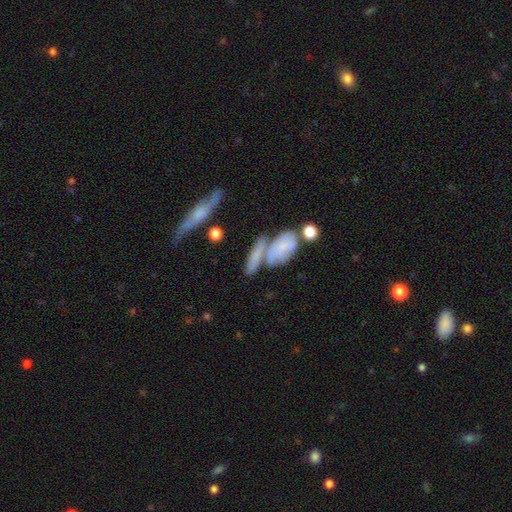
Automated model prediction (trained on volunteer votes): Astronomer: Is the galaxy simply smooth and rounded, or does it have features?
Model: smooth — 55% (runner-up: featured or disk, 37%).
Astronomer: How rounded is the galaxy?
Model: in between — 55% (runner-up: cigar-shaped, 37%).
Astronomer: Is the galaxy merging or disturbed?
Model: merger — 40% (runner-up: none, 38%).